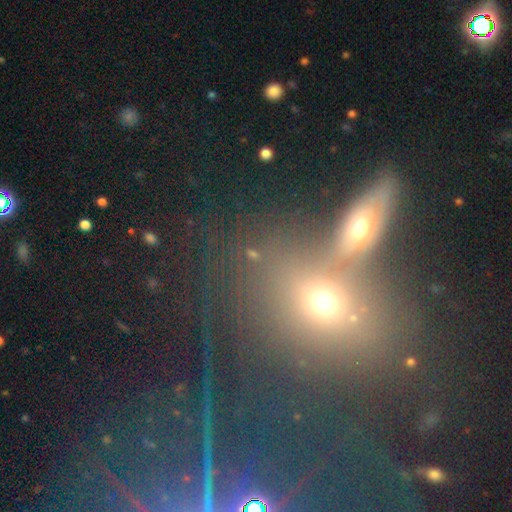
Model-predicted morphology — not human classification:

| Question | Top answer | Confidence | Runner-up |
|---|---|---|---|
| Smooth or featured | smooth | 52% | star or artifact (28%) |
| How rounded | round | 54% | in between (39%) |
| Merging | none | 49% | merger (34%) |